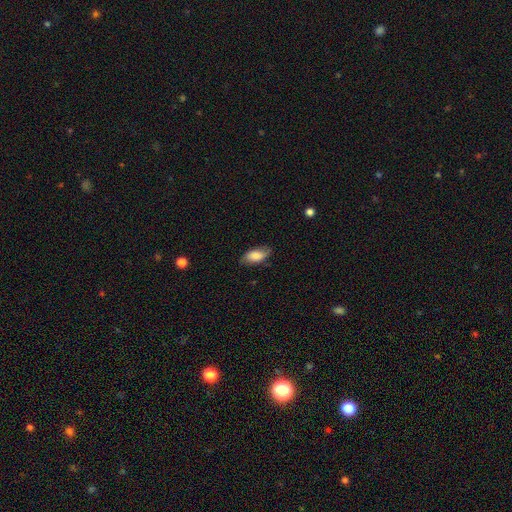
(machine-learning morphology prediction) smooth-or-featured: smooth: 80% | featured or disk: 13% | star or artifact: 7%
  how-rounded: in between: 89% | cigar-shaped: 8% | round: 3%
  merging: none: 78% | minor disturbance: 17% | major disturbance: 4% | merger: 1%